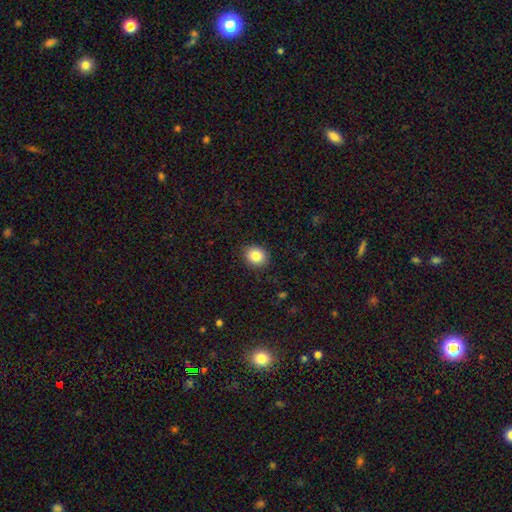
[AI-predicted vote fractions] Smooth or featured? smooth (85%)
How rounded? round (69%)
Merging? none (89%)